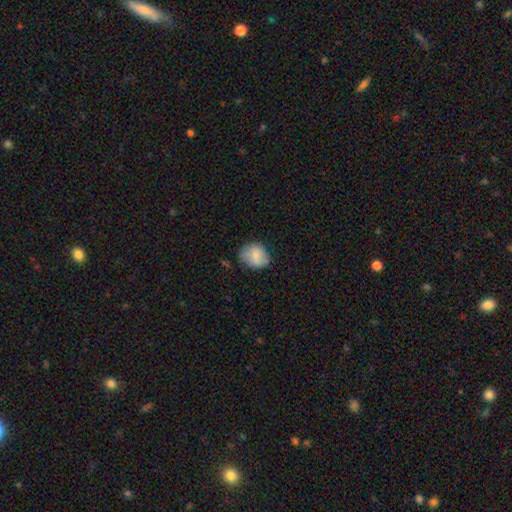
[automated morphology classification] smooth 78%, featured or disk 15%, star or artifact 8%. Down the decision tree: how rounded — round (61%); merging — none (66%).